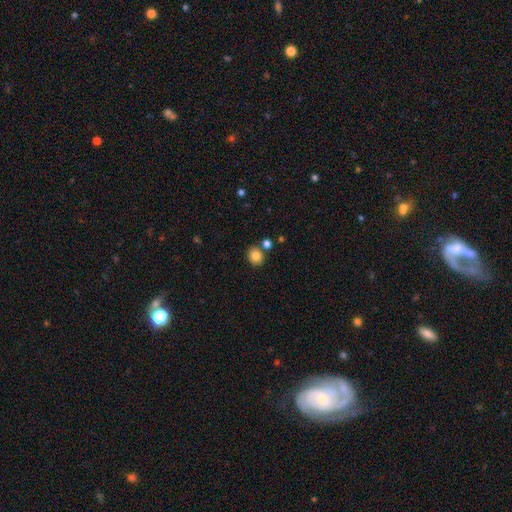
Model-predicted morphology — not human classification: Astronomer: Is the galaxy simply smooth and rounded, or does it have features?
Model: smooth — 82%.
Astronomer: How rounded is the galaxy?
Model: round — 69%.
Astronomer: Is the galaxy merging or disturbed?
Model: none — 78%.